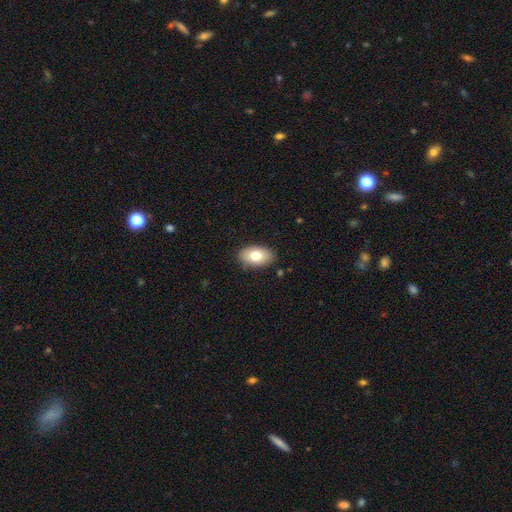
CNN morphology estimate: Smooth or featured? Predicted: smooth (p=0.76). How rounded? Predicted: in between (p=0.90). Merging? Predicted: none (p=0.86).